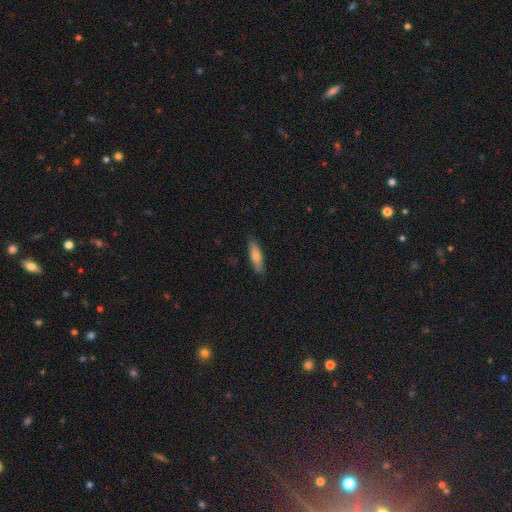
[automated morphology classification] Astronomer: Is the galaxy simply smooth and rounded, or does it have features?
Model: smooth — 72%.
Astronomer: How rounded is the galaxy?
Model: cigar-shaped — 64%.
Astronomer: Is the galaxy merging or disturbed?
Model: none — 86%.